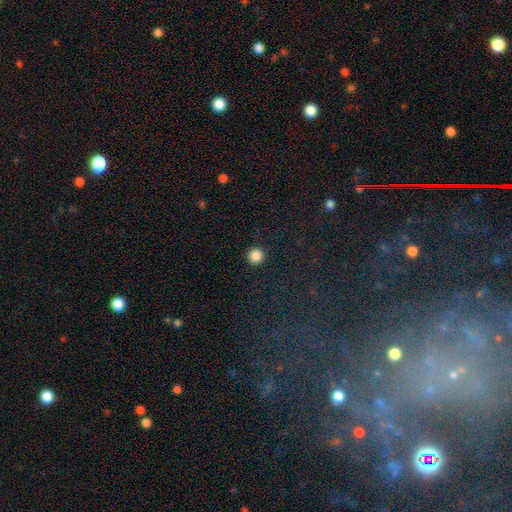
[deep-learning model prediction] A smooth galaxy with no disk features (86%) that is round (96%).

Vote fractions:
- Smooth or featured? smooth: 86% / star or artifact: 11% / featured or disk: 3%
- How rounded? round: 96% / in between: 3% / cigar-shaped: 1%
- Merging? none: 94% / minor disturbance: 4% / major disturbance: 2% / merger: 1%